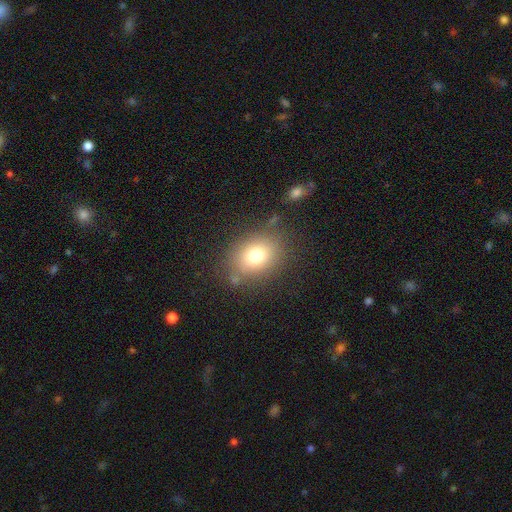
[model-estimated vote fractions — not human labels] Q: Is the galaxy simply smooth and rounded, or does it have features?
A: smooth — 76%.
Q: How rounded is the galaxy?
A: in between — 58%.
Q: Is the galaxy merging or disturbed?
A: none — 76%.